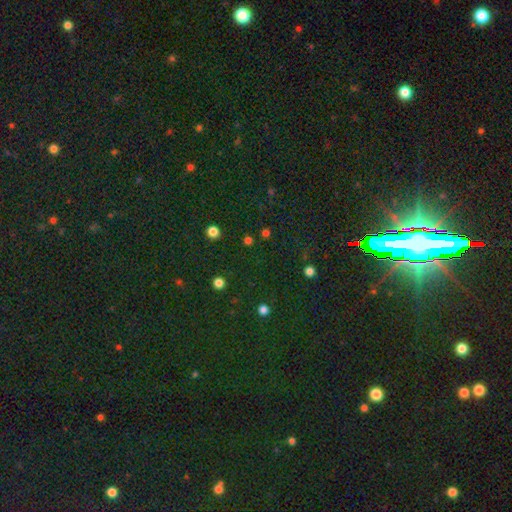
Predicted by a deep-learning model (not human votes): star or artifact 82%, smooth 11%, featured or disk 7%.